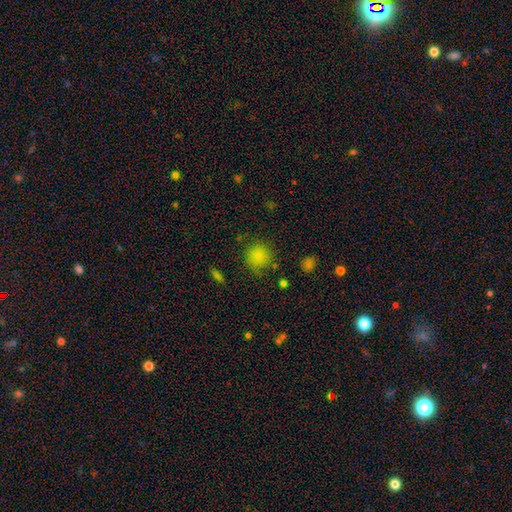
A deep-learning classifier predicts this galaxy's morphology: Smooth or featured? Predicted: smooth (p=0.81). How rounded? Predicted: round (p=0.88). Merging? Predicted: none (p=0.78).